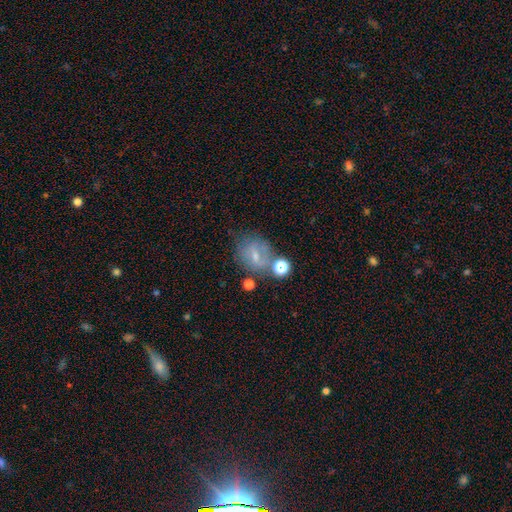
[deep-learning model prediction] A smooth galaxy with no disk features (48%).

Vote fractions:
- Smooth or featured? smooth: 48% / featured or disk: 36% / star or artifact: 16%
- Merging? none: 50% / minor disturbance: 20% / merger: 17% / major disturbance: 13%